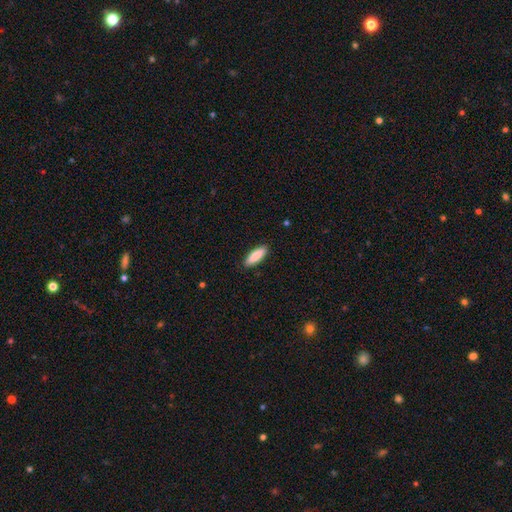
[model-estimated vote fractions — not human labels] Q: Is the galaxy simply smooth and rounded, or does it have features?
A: smooth — 88%.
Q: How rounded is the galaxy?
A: in between — 50%.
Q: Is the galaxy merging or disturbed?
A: none — 89%.